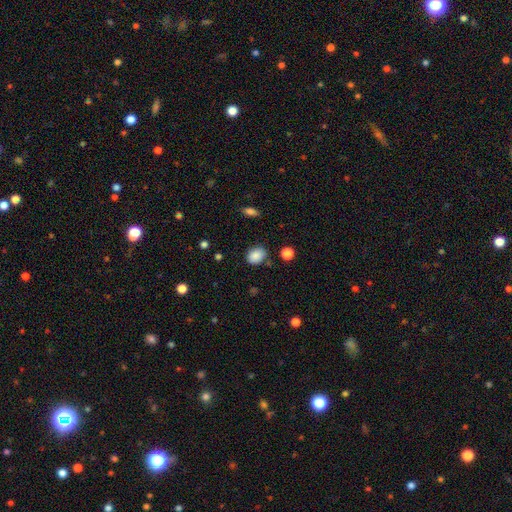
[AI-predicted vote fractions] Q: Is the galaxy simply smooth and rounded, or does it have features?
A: smooth — 87%.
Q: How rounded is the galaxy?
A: in between — 63%.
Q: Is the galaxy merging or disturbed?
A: none — 78%.